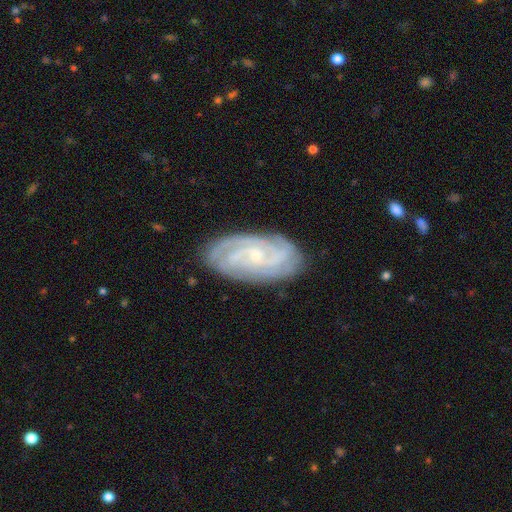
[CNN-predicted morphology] Smooth or featured? Predicted: featured or disk (p=0.86). Edge-on disk? Predicted: no (p=0.96). Bar? Predicted: no (p=0.59). Spiral arms? Predicted: yes (p=0.98). Spiral winding? Predicted: tight (p=0.71). Spiral arm count? Predicted: 3 (p=0.28). Bulge size? Predicted: small (p=0.71). Merging? Predicted: none (p=0.83).